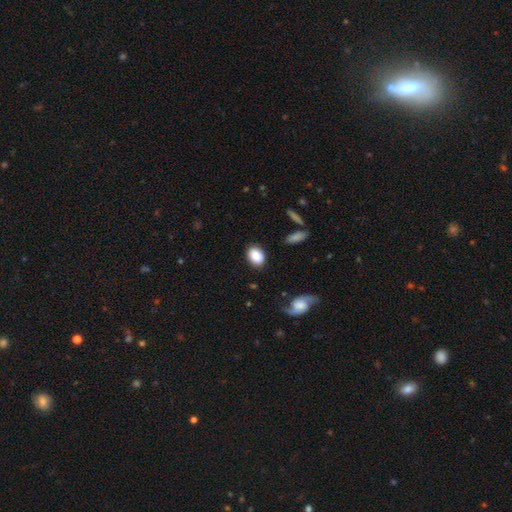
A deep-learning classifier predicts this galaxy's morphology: Smooth or featured? Predicted: smooth (p=0.86). How rounded? Predicted: in between (p=0.70). Merging? Predicted: none (p=0.84).